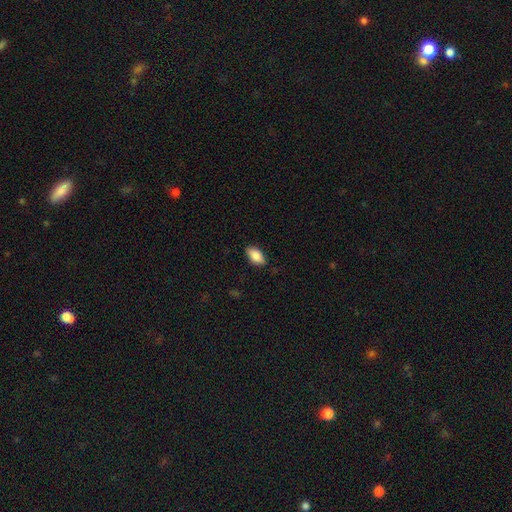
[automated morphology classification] The model was most divided on "merging": none: 83%, minor disturbance: 14%, major disturbance: 3%, merger: 1%. More confident: how rounded — in between (91%); smooth or featured — smooth (86%).